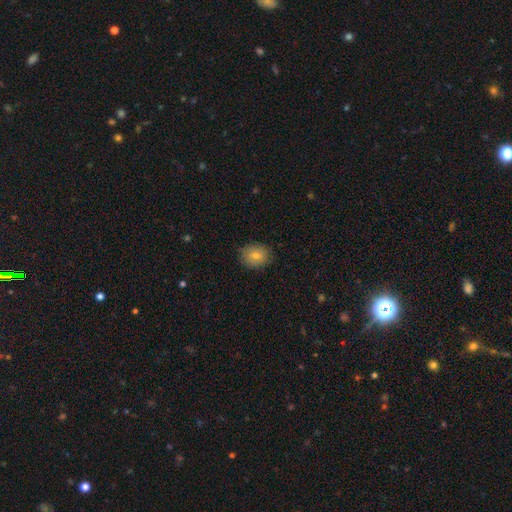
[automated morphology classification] A smooth galaxy with no disk features (81%) that is round (54%).

Vote fractions:
- Smooth or featured? smooth: 81% / featured or disk: 11% / star or artifact: 8%
- How rounded? round: 54% / in between: 45% / cigar-shaped: 1%
- Merging? none: 85% / minor disturbance: 11% / major disturbance: 3% / merger: 1%